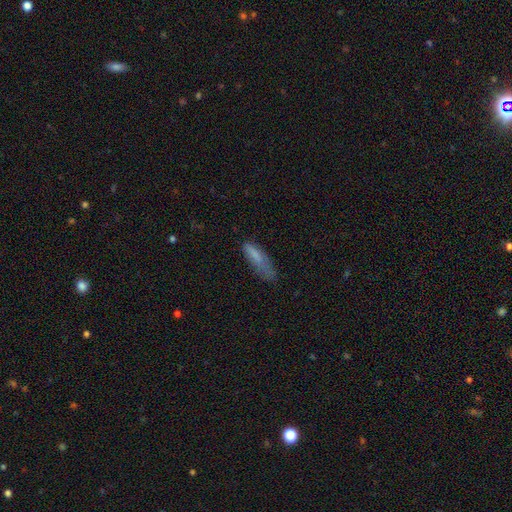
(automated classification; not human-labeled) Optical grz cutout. It shows a smooth galaxy with no disk features (76%) that is cigar-shaped (58%). Merging: none (42%).